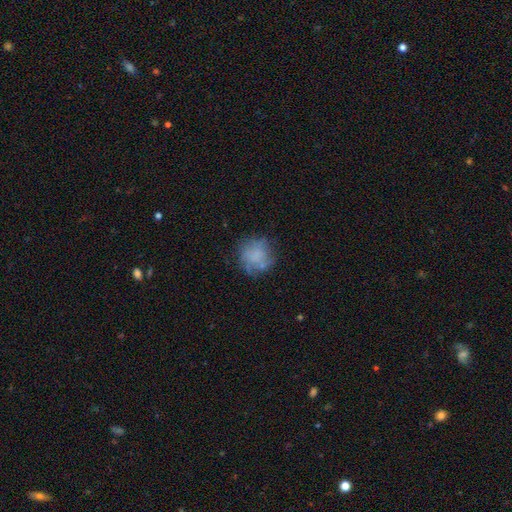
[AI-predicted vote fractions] Smooth or featured: smooth — 60% (featured or disk — 29%)
How rounded: round — 85% (in between — 14%)
Merging: none — 61% (minor disturbance — 22%)